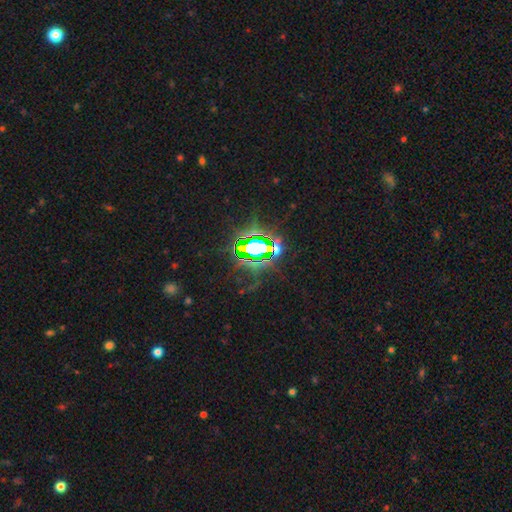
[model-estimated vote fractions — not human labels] Overall: star or artifact (84%).